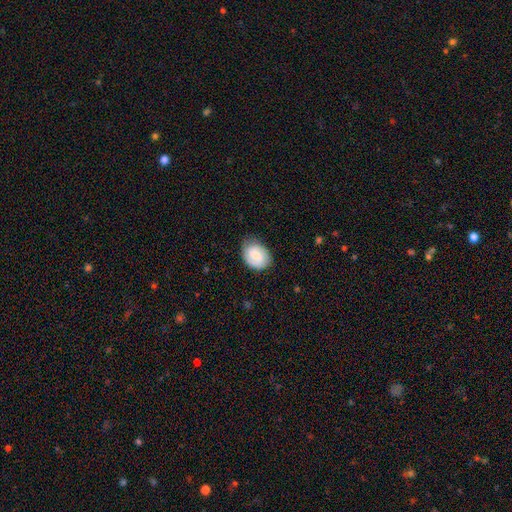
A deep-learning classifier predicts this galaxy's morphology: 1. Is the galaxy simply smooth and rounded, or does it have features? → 55% featured or disk, 38% smooth, 7% star or artifact.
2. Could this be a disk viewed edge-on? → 98% no, 2% yes.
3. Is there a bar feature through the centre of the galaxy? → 51% weak, 37% no, 12% strong.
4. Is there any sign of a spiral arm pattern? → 90% yes, 10% no.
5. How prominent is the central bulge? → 42% small, 36% moderate, 13% none, 7% large, 2% dominant.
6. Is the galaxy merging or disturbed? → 77% none, 17% minor disturbance, 5% major disturbance, 1% merger.